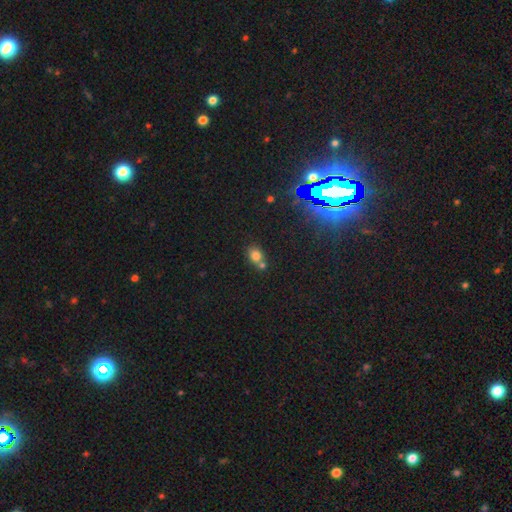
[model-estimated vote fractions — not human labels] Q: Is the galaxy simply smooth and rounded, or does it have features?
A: smooth — 75%.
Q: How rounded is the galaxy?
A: round — 55%.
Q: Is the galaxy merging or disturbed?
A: none — 49%.